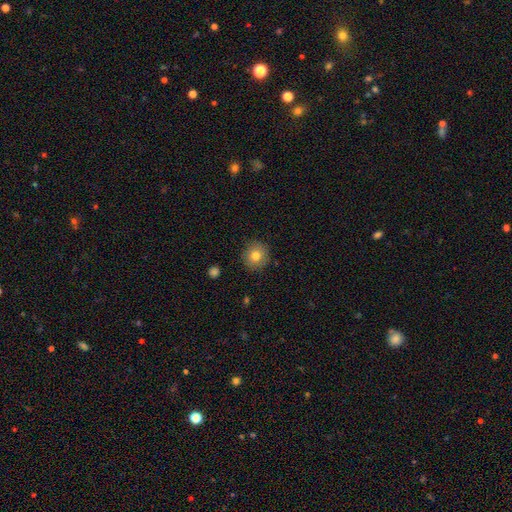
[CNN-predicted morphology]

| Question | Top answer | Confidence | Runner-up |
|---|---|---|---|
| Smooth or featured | smooth | 80% | featured or disk (11%) |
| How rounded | round | 91% | in between (8%) |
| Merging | none | 89% | minor disturbance (8%) |